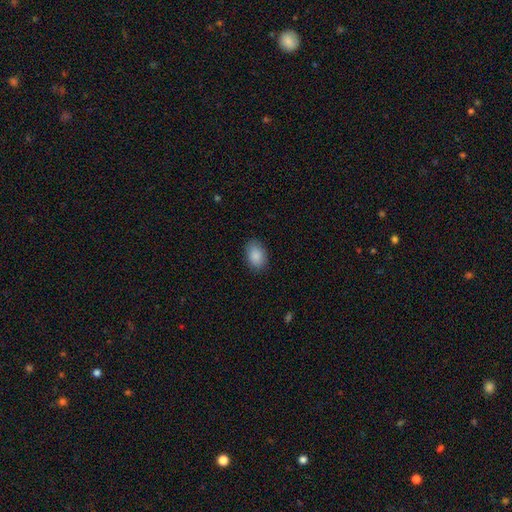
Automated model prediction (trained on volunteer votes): Morphology: type=smooth (89%); roundness=in between (86%); merging=none (85%).